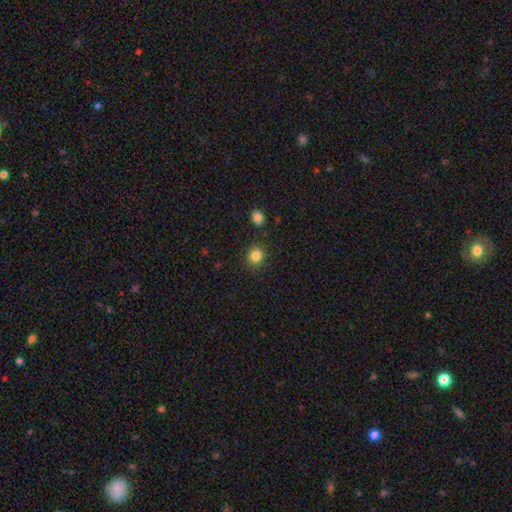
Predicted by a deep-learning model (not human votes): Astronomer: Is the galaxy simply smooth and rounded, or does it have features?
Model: smooth — 84%.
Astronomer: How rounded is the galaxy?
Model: round — 86%.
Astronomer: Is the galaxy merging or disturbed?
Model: none — 88%.